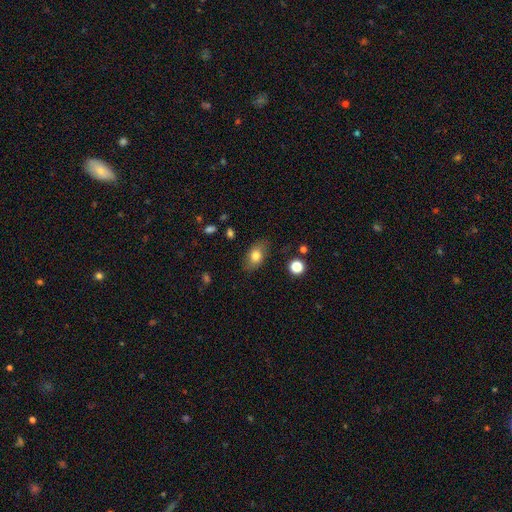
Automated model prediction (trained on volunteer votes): Smooth or featured: smooth — 78% (featured or disk — 13%)
How rounded: in between — 85% (round — 13%)
Merging: none — 80% (minor disturbance — 15%)